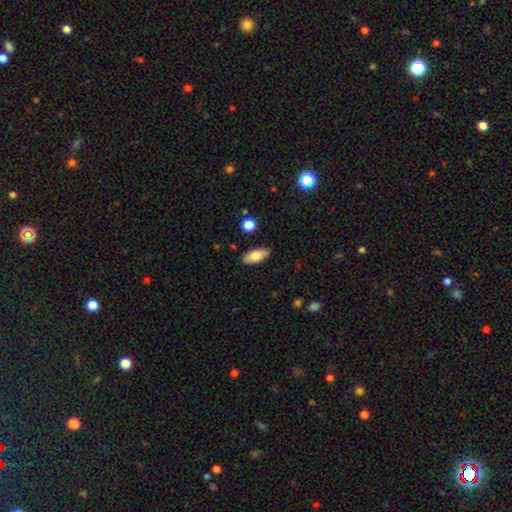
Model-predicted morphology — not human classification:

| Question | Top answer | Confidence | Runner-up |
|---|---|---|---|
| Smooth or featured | smooth | 78% | featured or disk (15%) |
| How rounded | in between | 87% | cigar-shaped (10%) |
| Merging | none | 87% | minor disturbance (10%) |